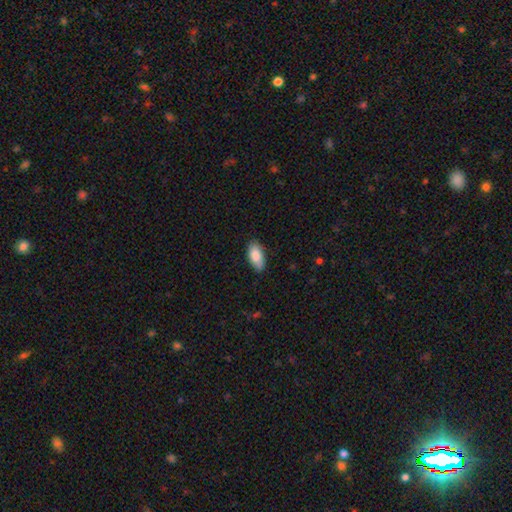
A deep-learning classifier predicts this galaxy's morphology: The model was most divided on "merging": none: 82%, minor disturbance: 15%, major disturbance: 2%, merger: 1%. More confident: how rounded — in between (91%); smooth or featured — smooth (86%).